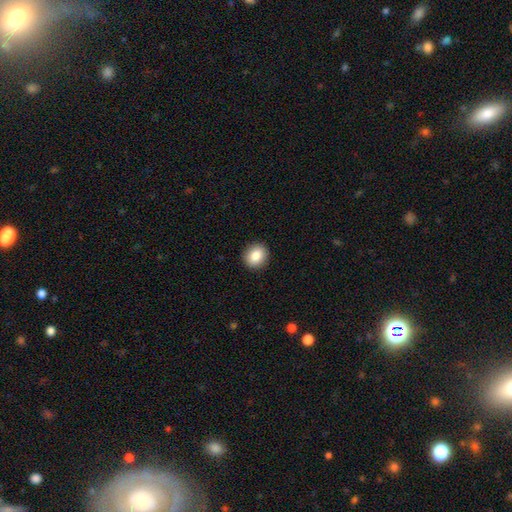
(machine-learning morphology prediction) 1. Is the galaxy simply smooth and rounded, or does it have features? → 86% smooth, 8% star or artifact, 6% featured or disk.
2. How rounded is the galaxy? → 75% round, 24% in between, 1% cigar-shaped.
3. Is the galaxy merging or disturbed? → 91% none, 6% minor disturbance, 2% major disturbance, 1% merger.